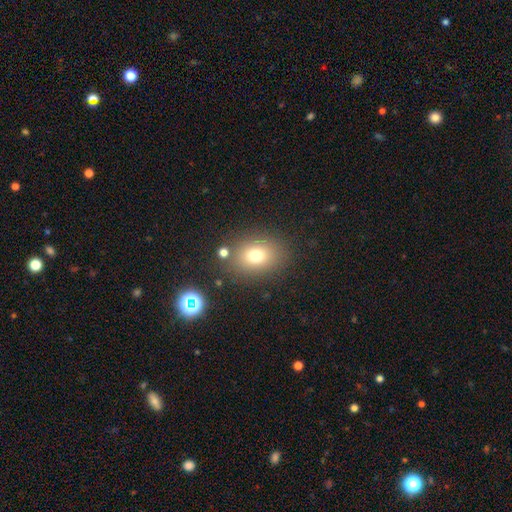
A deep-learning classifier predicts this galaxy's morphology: This is likely a smooth galaxy (75%). How rounded: possibly in between (58%). Merging: clearly none (80%).